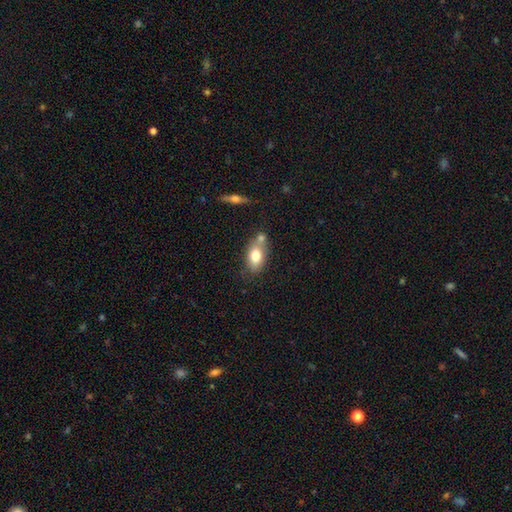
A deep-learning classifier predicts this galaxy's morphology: A smooth galaxy with no disk features (76%) that is in between round and cigar-shaped (86%). Merging: none (50%).